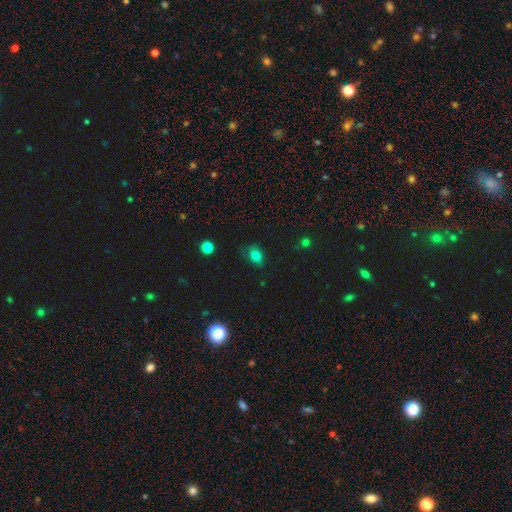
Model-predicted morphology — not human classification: Overall: smooth (79%). How rounded: in between (64%; round 35%). Merging: none (72%).